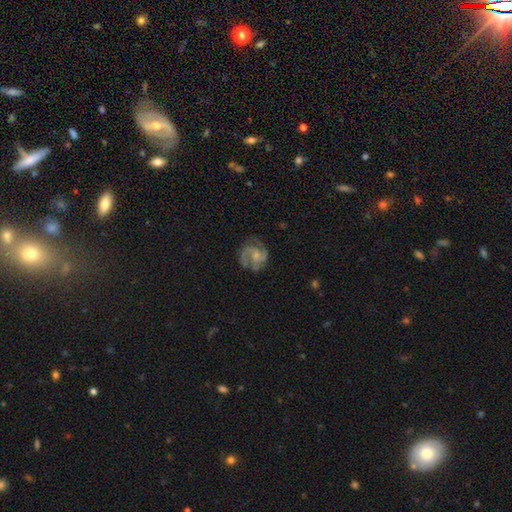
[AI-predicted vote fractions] A featured or disk galaxy (83%) with no bar (60%), 2 (60%) medium (53%) spiral arms (96%) and a small central bulge (48%).

Vote fractions:
- Smooth or featured? featured or disk: 83% / smooth: 11% / star or artifact: 6%
- Edge-on disk? no: 98% / yes: 2%
- Bar? no: 60% / weak: 35% / strong: 6%
- Spiral arms? yes: 96% / no: 4%
- Spiral winding? medium: 53% / tight: 32% / loose: 15%
- Spiral arm count? 2: 60% / 3: 23% / can't tell: 8% / 1: 4% / 4: 3% / more than 4: 3%
- Bulge size? small: 48% / moderate: 31% / none: 17% / large: 3% / dominant: 1%
- Merging? none: 70% / minor disturbance: 18% / major disturbance: 10% / merger: 2%